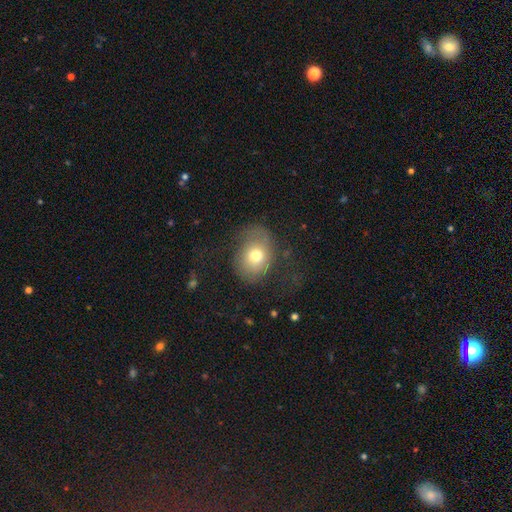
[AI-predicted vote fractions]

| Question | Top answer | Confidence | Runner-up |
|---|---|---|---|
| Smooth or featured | smooth | 68% | featured or disk (21%) |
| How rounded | round | 51% | in between (48%) |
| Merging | none | 49% | major disturbance (26%) |